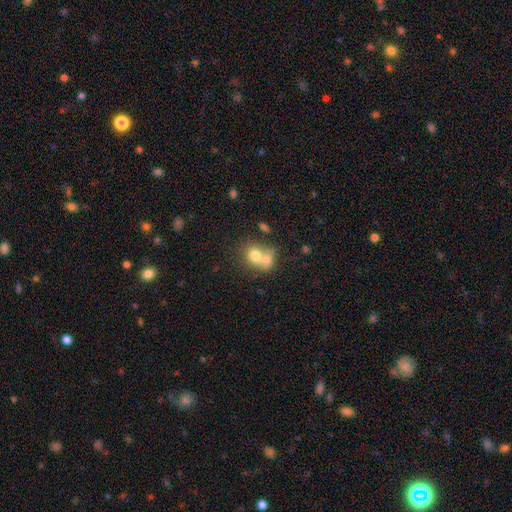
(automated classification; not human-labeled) Smooth or featured? Predicted: smooth (p=0.70). How rounded? Predicted: round (p=0.62). Merging? Predicted: merger (p=0.63).